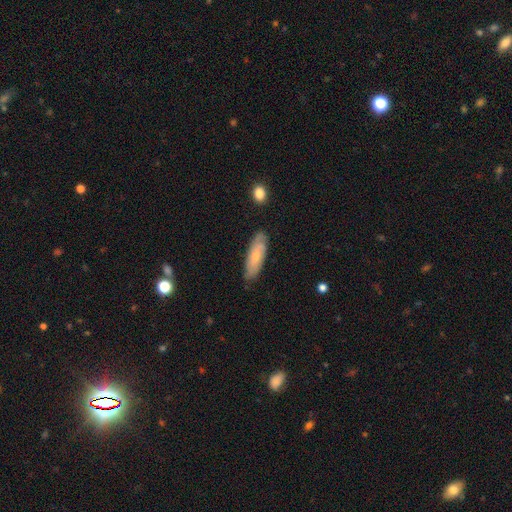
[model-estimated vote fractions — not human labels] Smooth or featured?
  - smooth: 57% *
  - featured or disk: 37%
  - star or artifact: 6%
How rounded?
  - in between: 51% *
  - cigar-shaped: 47%
  - round: 2%
Merging?
  - none: 79% *
  - minor disturbance: 17%
  - major disturbance: 3%
  - merger: 2%